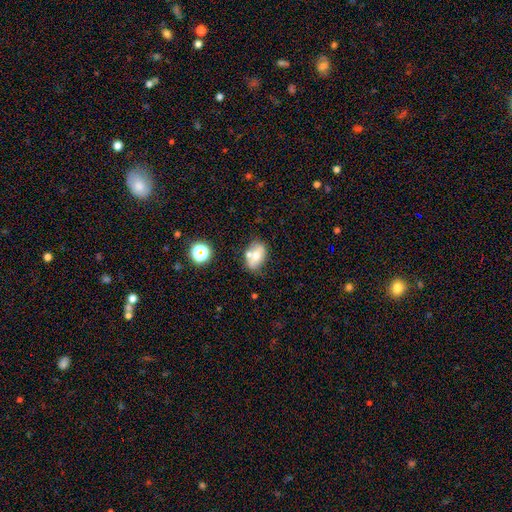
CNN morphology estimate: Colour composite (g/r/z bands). It shows a smooth galaxy with no disk features (59%) that is in between round and cigar-shaped (79%). Merging: none (56%).